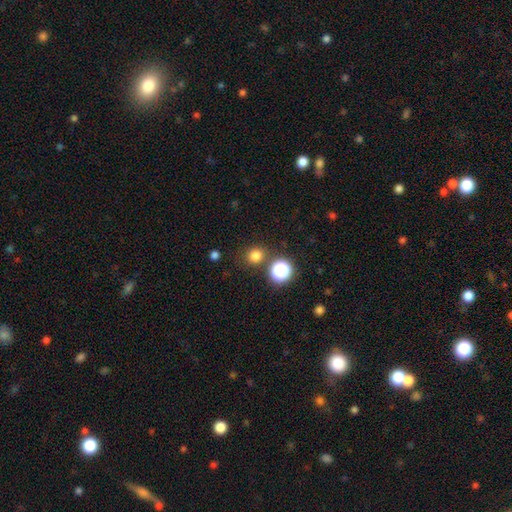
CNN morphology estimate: Smooth or featured? Predicted: smooth (p=0.77). How rounded? Predicted: round (p=0.86). Merging? Predicted: none (p=0.82).